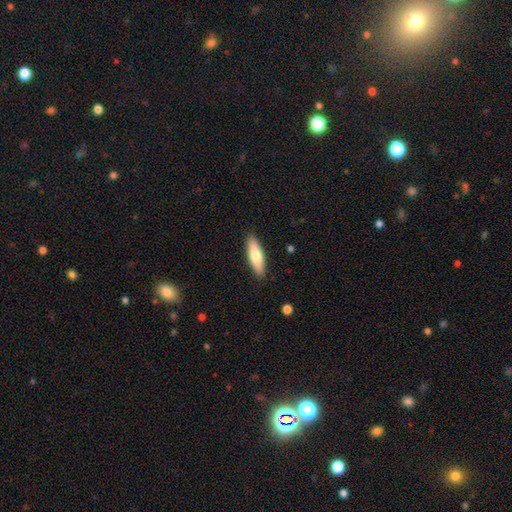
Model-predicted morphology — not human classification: Q: Smooth or featured?
A: smooth (71%); runner-up: featured or disk (23%)
Q: How rounded?
A: cigar-shaped (50%); runner-up: in between (48%)
Q: Merging?
A: none (89%); runner-up: minor disturbance (8%)